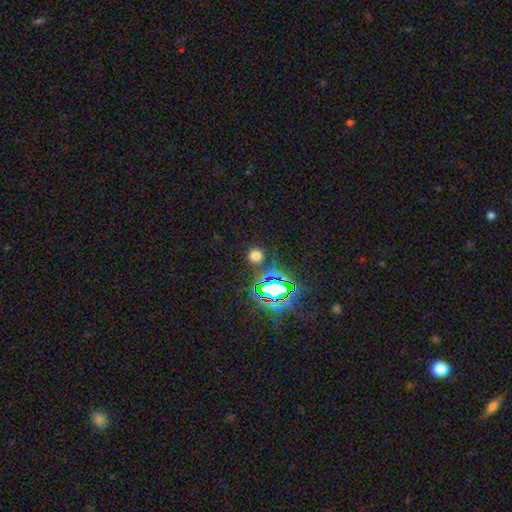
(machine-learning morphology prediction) Smooth or featured? Predicted: smooth (p=0.62). How rounded? Predicted: round (p=0.91). Merging? Predicted: none (p=0.87).